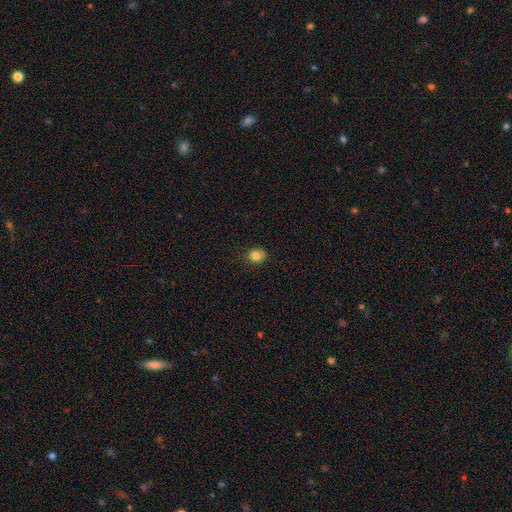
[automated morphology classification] This appears to be a smooth galaxy with no disk features (82%) that is round (66%). Merging: none (71%).